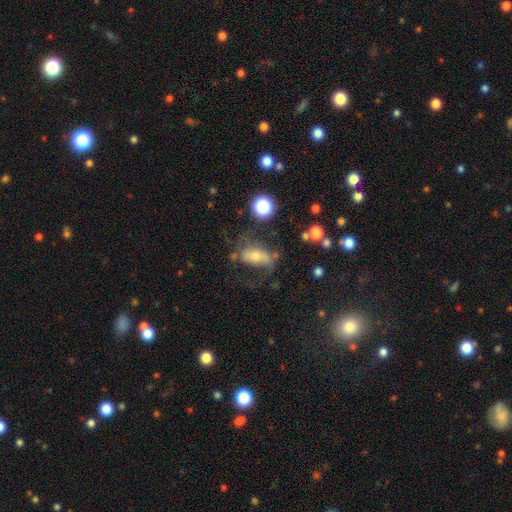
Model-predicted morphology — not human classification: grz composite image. It shows a featured or disk galaxy (47%). Merging: none (47%).